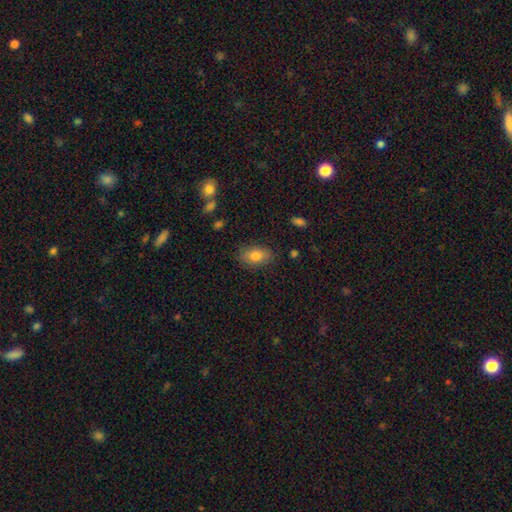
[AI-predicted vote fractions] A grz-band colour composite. It shows a smooth galaxy with no disk features (81%) that is in between round and cigar-shaped (87%). Merging: none (83%).